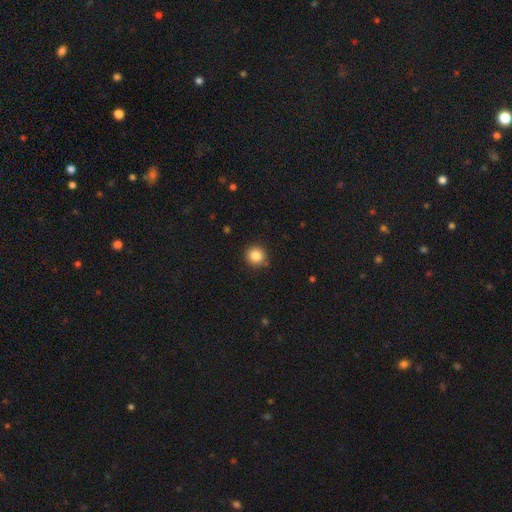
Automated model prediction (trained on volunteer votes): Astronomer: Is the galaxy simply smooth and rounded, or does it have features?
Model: smooth — 85%.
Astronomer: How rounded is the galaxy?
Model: round — 94%.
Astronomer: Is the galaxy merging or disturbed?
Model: none — 89%.